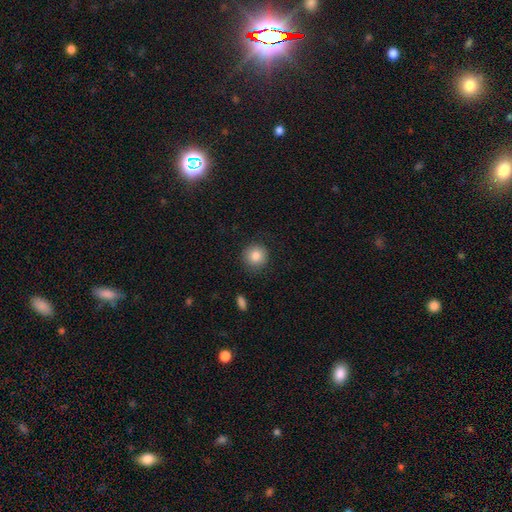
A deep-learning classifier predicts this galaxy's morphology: Smooth or featured?
  - smooth: 85% *
  - star or artifact: 9%
  - featured or disk: 6%
How rounded?
  - round: 92% *
  - in between: 7%
  - cigar-shaped: 1%
Merging?
  - none: 87% *
  - minor disturbance: 9%
  - major disturbance: 3%
  - merger: 1%